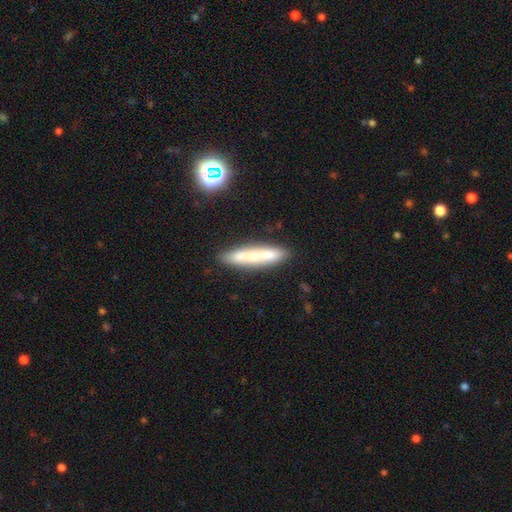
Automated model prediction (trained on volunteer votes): The model was most divided on "smooth or featured": smooth: 60%, featured or disk: 29%, star or artifact: 10%. More confident: how rounded — cigar-shaped (91%); merging — none (82%).